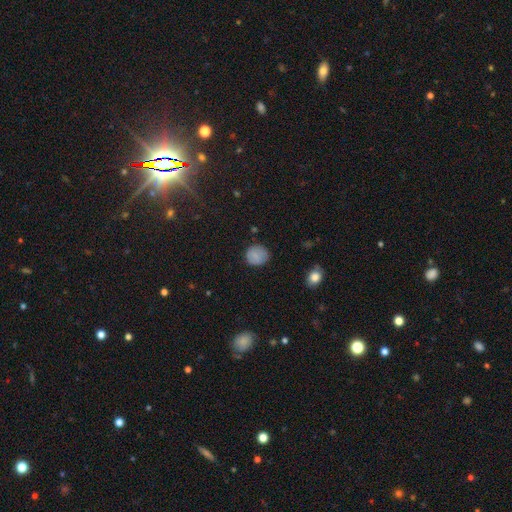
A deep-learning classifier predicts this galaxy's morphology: A smooth galaxy with no disk features (82%) that is round (82%).

Vote fractions:
- Smooth or featured? smooth: 82% / star or artifact: 9% / featured or disk: 8%
- How rounded? round: 82% / in between: 17% / cigar-shaped: 1%
- Merging? none: 80% / minor disturbance: 15% / major disturbance: 3% / merger: 1%